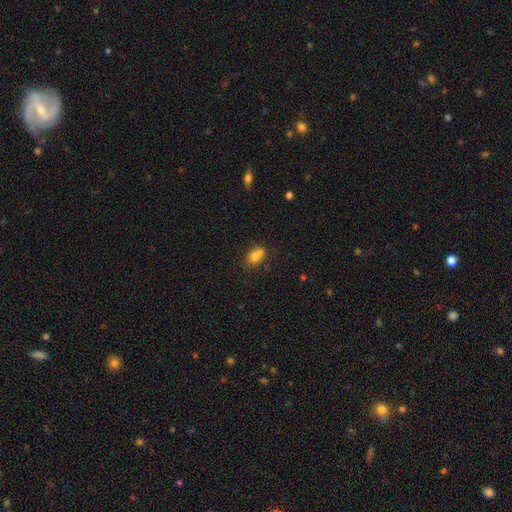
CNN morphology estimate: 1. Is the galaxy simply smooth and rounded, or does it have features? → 75% smooth, 14% featured or disk, 11% star or artifact.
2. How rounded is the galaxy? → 71% in between, 25% round, 3% cigar-shaped.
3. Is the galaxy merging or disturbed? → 44% none, 33% merger, 17% minor disturbance, 6% major disturbance.